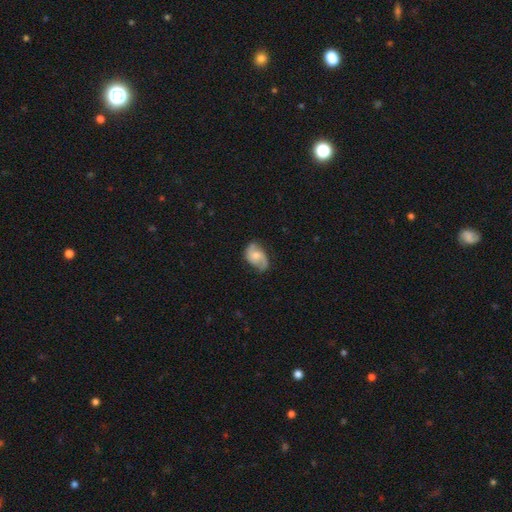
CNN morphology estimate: A featured or disk galaxy (71%) with no bar (58%), 2 (88%) medium (46%) spiral arms (94%) and a moderate central bulge (47%). Merging: none (72%).